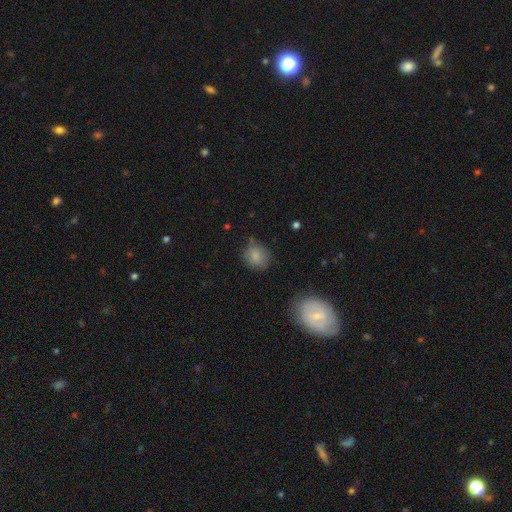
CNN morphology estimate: Smooth or featured: smooth — 82% (star or artifact — 9%)
How rounded: round — 76% (in between — 23%)
Merging: none — 73% (minor disturbance — 20%)